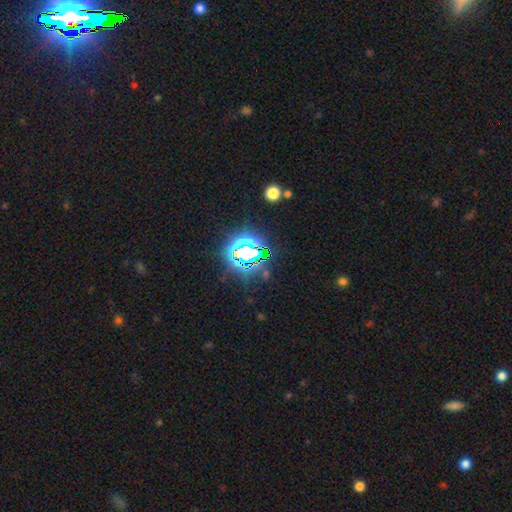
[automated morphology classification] Smooth or featured: star or artifact — 79% (smooth — 13%)